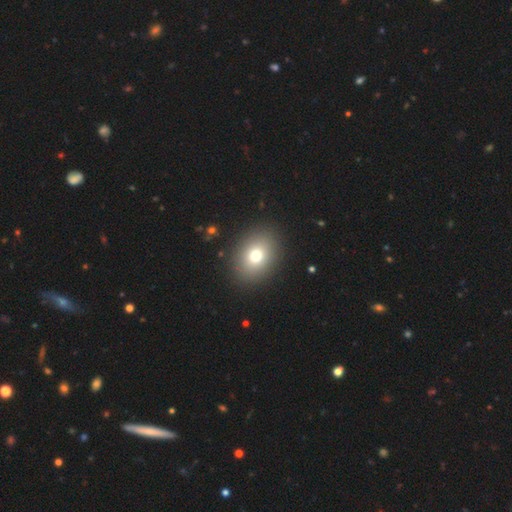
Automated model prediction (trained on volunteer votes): smooth_or_featured: smooth (p=0.75) [alt: featured or disk p=0.12]
how_rounded: in between (p=0.57) [alt: round p=0.42]
merging: none (p=0.89) [alt: minor disturbance p=0.07]